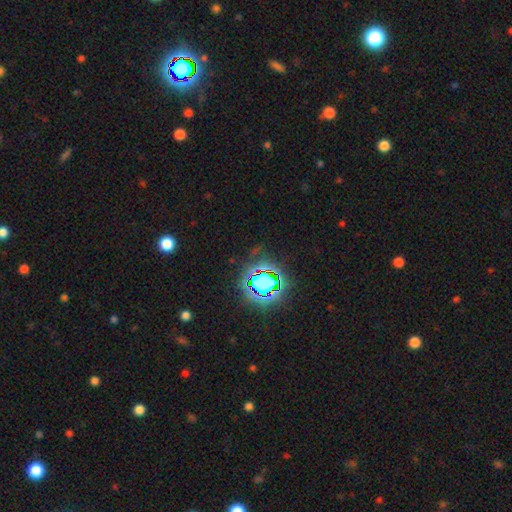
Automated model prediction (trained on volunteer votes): Smooth or featured: star or artifact — 81% (smooth — 12%)